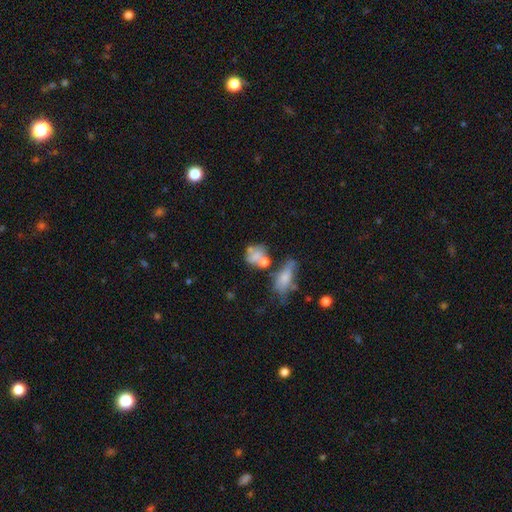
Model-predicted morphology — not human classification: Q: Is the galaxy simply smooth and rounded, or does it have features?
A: smooth — 63%.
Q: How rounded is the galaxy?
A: round — 49%.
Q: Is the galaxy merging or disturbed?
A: merger — 36%.